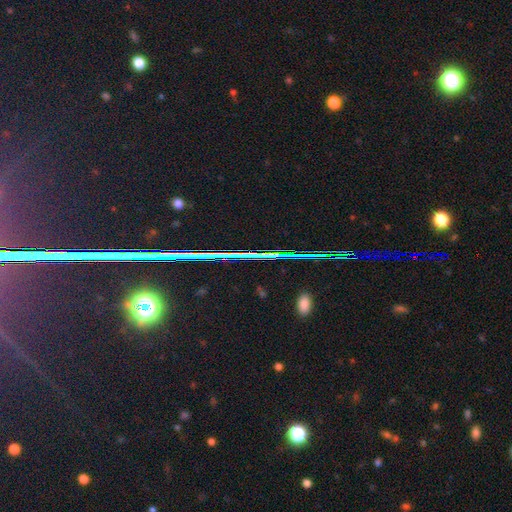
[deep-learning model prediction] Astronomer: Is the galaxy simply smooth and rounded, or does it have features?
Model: star or artifact — 84%.